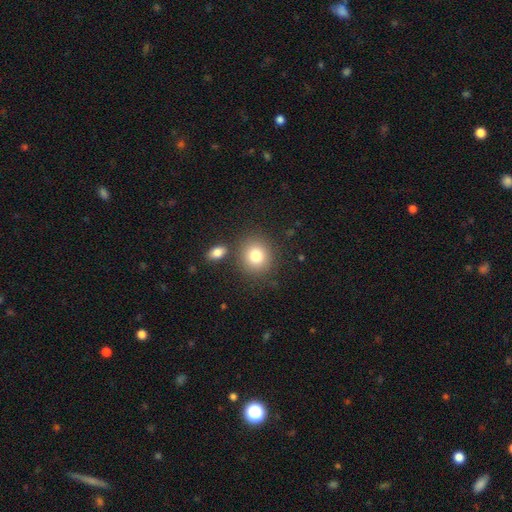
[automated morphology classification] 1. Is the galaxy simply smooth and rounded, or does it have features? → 80% smooth, 11% star or artifact, 9% featured or disk.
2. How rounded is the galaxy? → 84% round, 15% in between, 1% cigar-shaped.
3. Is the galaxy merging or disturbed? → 80% none, 9% merger, 8% minor disturbance, 3% major disturbance.